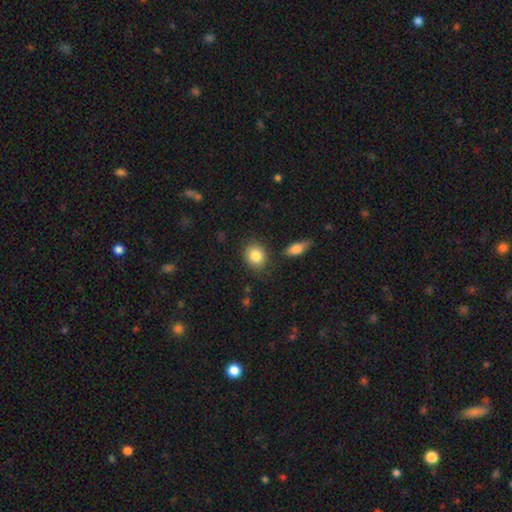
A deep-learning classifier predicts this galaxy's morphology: smooth 84%, star or artifact 8%, featured or disk 8%. Down the decision tree: how rounded — round (68%); merging — none (82%).